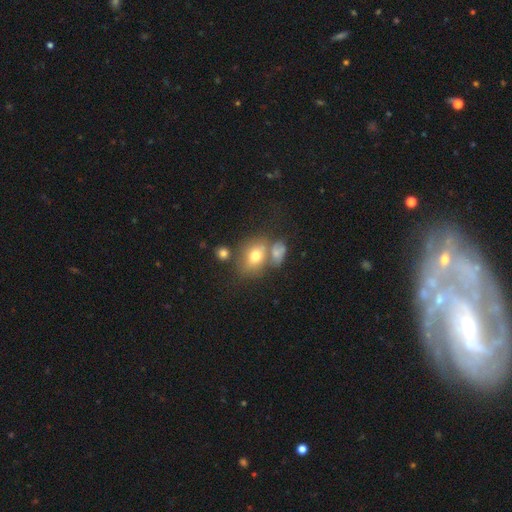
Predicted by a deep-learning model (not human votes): The model was most divided on "merging": none: 45%, merger: 33%, minor disturbance: 15%, major disturbance: 7%. More confident: smooth or featured — smooth (69%); how rounded — in between (62%).